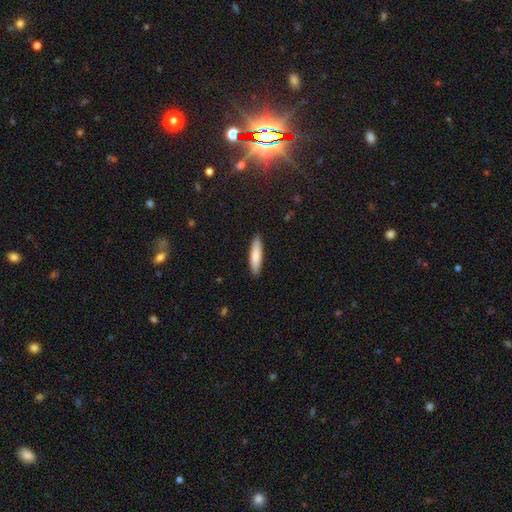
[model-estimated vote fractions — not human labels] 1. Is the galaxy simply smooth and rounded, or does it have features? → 82% smooth, 13% featured or disk, 5% star or artifact.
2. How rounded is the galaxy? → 77% cigar-shaped, 22% in between, 1% round.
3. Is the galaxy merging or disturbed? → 90% none, 8% minor disturbance, 2% major disturbance, 1% merger.